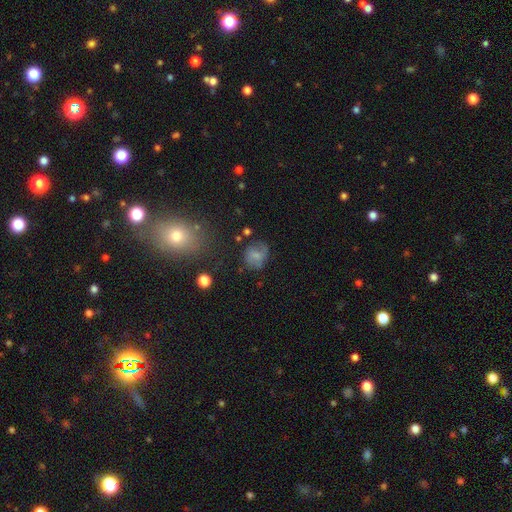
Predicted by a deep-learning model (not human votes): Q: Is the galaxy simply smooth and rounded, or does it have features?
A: smooth — 60%.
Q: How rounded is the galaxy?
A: round — 65%.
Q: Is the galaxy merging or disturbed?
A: none — 60%.